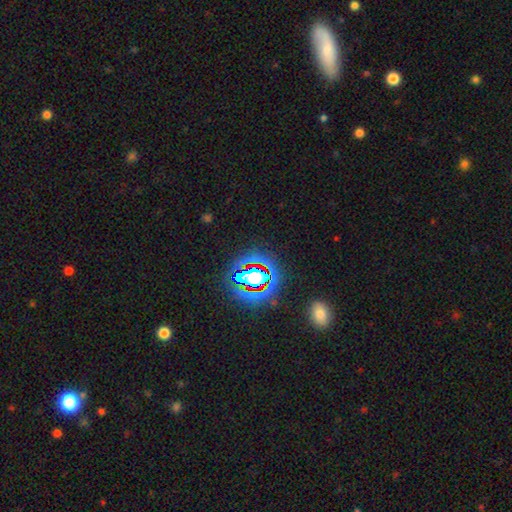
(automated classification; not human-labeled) smooth-or-featured: star or artifact: 74% | smooth: 15% | featured or disk: 11%